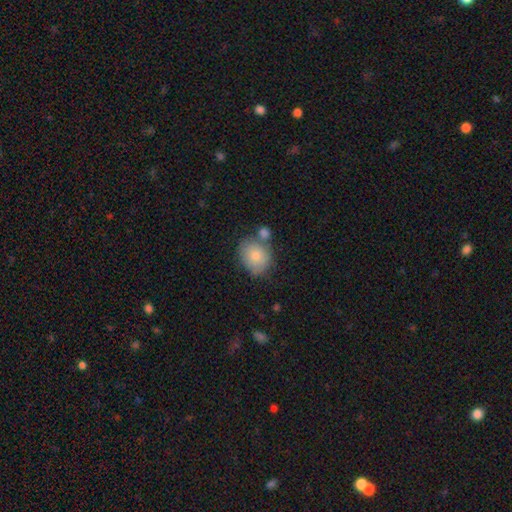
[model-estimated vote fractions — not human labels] Morphology: type=smooth (75%); roundness=round (54%); merging=none (60%).